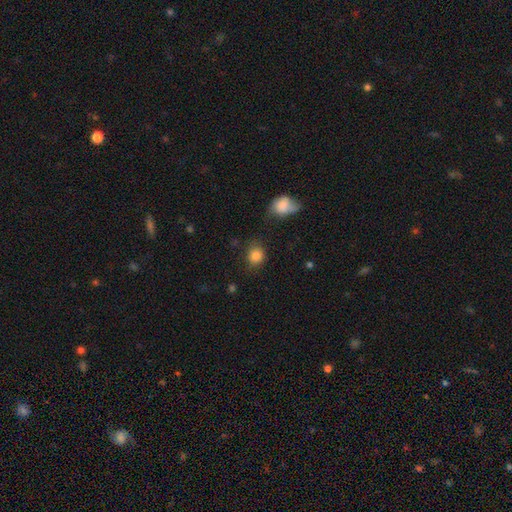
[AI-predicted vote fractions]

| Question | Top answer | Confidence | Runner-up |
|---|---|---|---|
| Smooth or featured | smooth | 85% | star or artifact (10%) |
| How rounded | round | 69% | in between (30%) |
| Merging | none | 71% | minor disturbance (18%) |